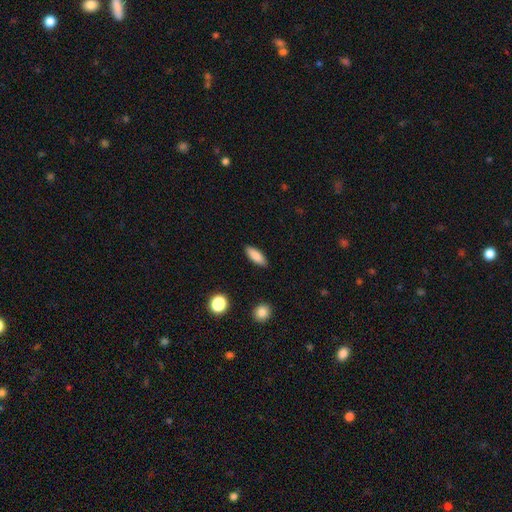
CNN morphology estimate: Q: Smooth or featured?
A: smooth (85%); runner-up: featured or disk (7%)
Q: How rounded?
A: in between (67%); runner-up: cigar-shaped (31%)
Q: Merging?
A: none (88%); runner-up: minor disturbance (9%)